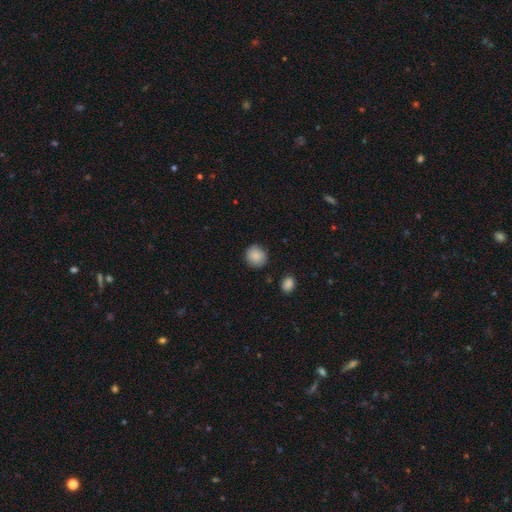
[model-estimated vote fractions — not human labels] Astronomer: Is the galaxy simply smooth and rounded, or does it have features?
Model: smooth — 88%.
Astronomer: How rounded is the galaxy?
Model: round — 87%.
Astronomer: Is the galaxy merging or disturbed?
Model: none — 86%.